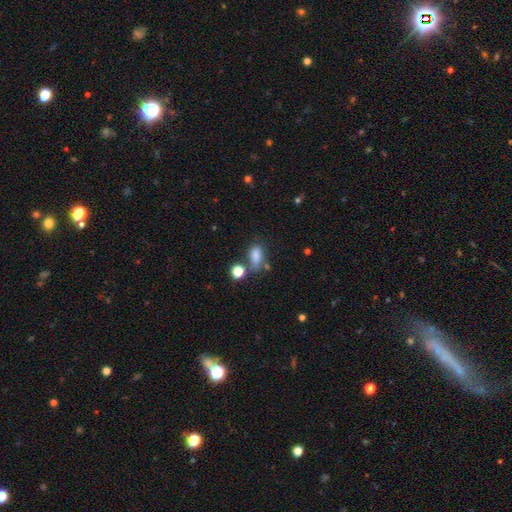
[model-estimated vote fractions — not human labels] The model was most divided on "merging": none: 47%, minor disturbance: 21%, merger: 20%, major disturbance: 11%. More confident: how rounded — in between (81%); smooth or featured — smooth (80%).